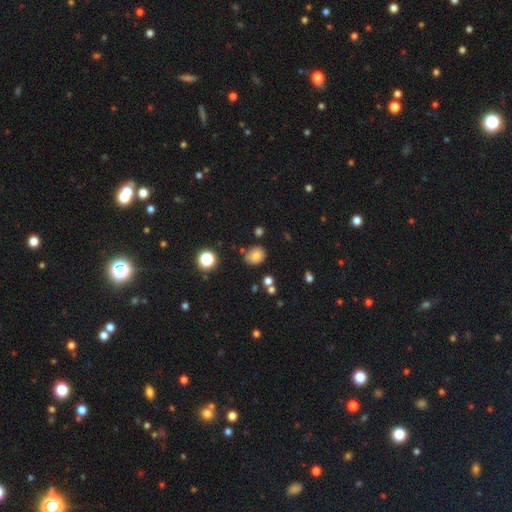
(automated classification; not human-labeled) smooth 77%, star or artifact 14%, featured or disk 8%. Down the decision tree: how rounded — round (56%); merging — none (77%).